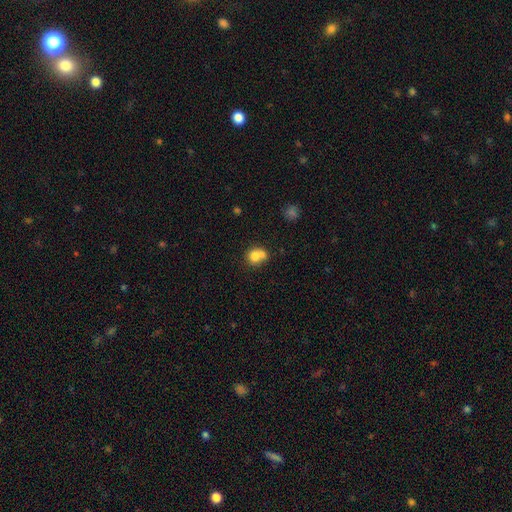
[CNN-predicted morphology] Overall: smooth (76%). How rounded: round (74%). Merging: merger (51%; none 34%).